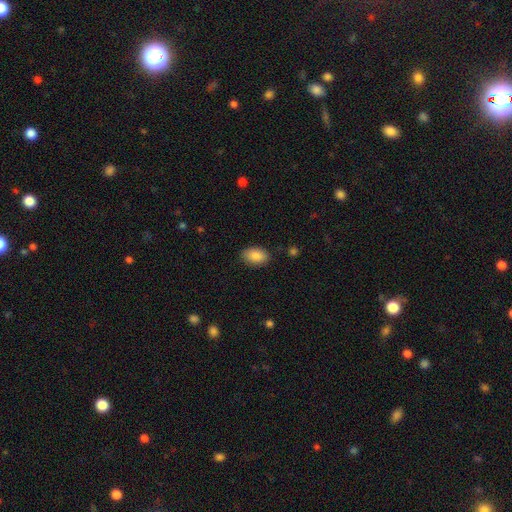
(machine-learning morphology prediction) Overall: smooth (88%). How rounded: in between (92%). Merging: none (86%).